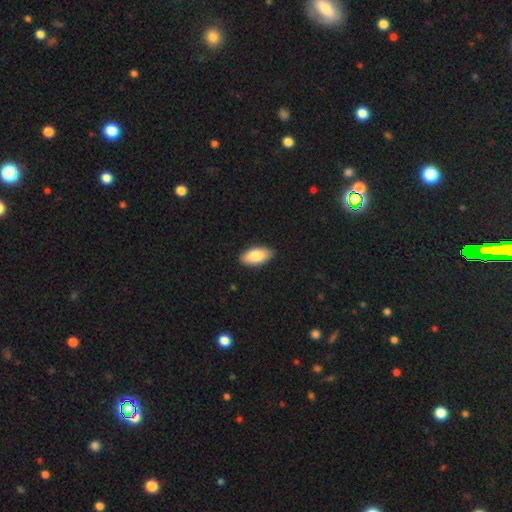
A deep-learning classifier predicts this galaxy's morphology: type=smooth (86%); roundness=in between (93%); merging=none (89%).